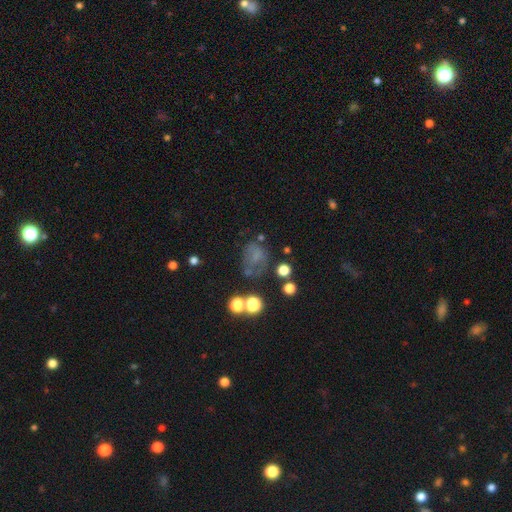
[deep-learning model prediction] The model was most divided on "merging": none: 41%, major disturbance: 26%, minor disturbance: 25%, merger: 8%. Remaining: smooth or featured — smooth (49%).